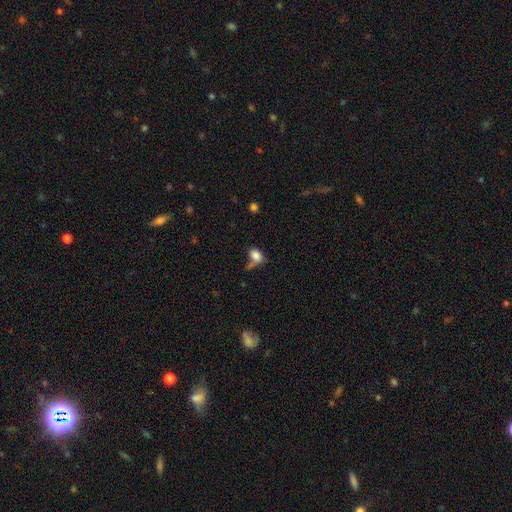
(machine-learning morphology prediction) This is clearly a smooth galaxy (80%). How rounded: likely in between (77%). Merging: marginally none (37%).